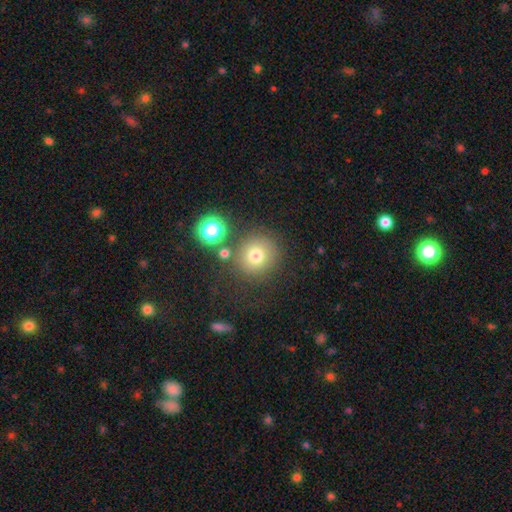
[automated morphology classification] Smooth or featured? Predicted: smooth (p=0.74). How rounded? Predicted: round (p=0.93). Merging? Predicted: none (p=0.77).